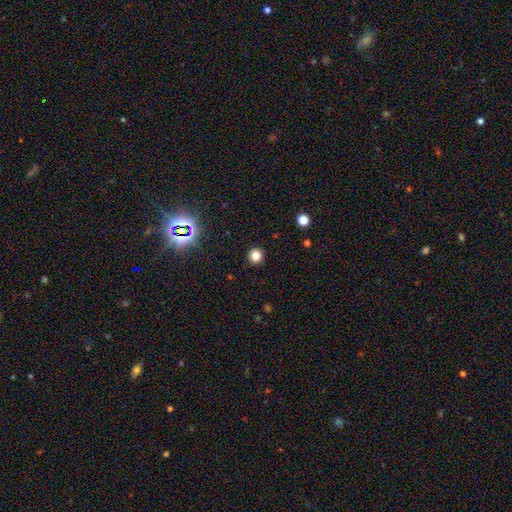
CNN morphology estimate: smooth-or-featured: smooth: 81% | star or artifact: 15% | featured or disk: 4%
  how-rounded: round: 95% | in between: 4% | cigar-shaped: 1%
  merging: none: 93% | minor disturbance: 4% | major disturbance: 2% | merger: 1%